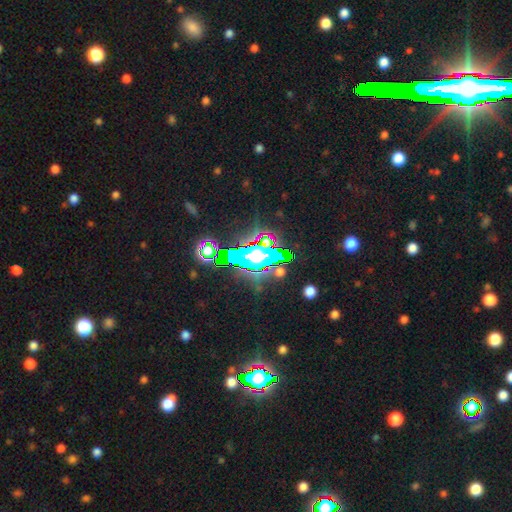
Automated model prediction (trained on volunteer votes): Overall: star or artifact (59%; smooth 22%).